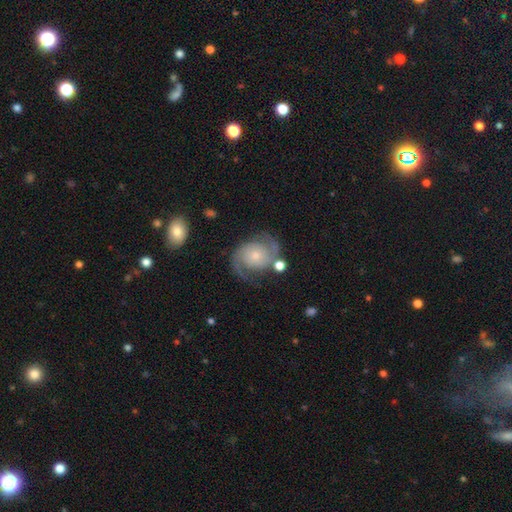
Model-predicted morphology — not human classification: type=featured or disk (87%); edge-on=no (98%); bar=no (75%); spiral arms=yes (97%); winding=medium (50%); arm count=2 (92%); bulge=small (61%); merging=none (73%).